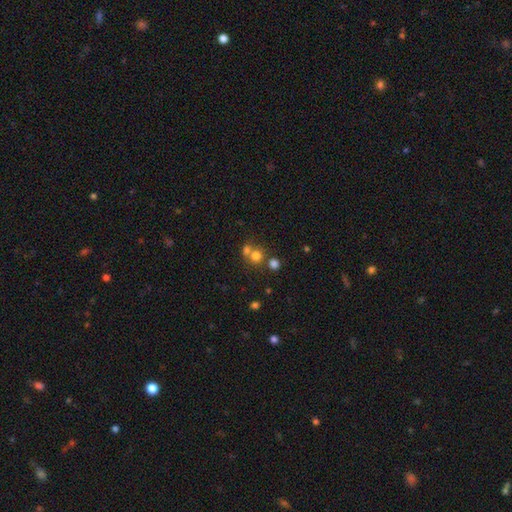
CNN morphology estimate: This appears to be a smooth galaxy with no disk features (72%) that is round (86%). Merging: none (49%).